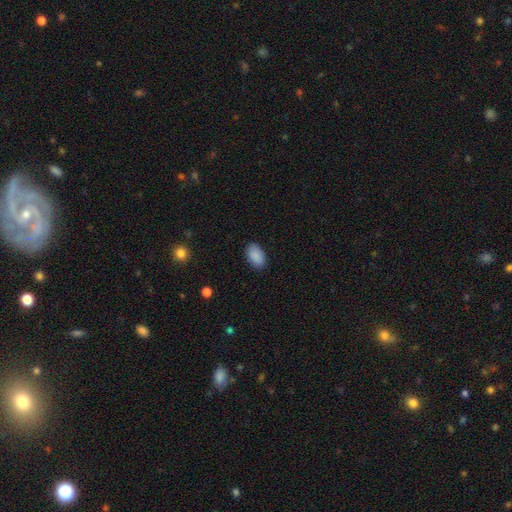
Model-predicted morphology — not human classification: smooth-or-featured: smooth: 89% | star or artifact: 7% | featured or disk: 3%
  how-rounded: in between: 92% | round: 6% | cigar-shaped: 1%
  merging: none: 86% | minor disturbance: 10% | major disturbance: 2% | merger: 1%